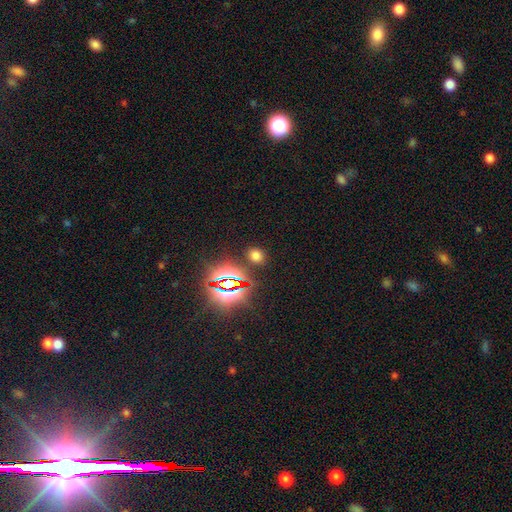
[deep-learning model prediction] A smooth galaxy with no disk features (62%) that is round (54%). Merging: none (85%).